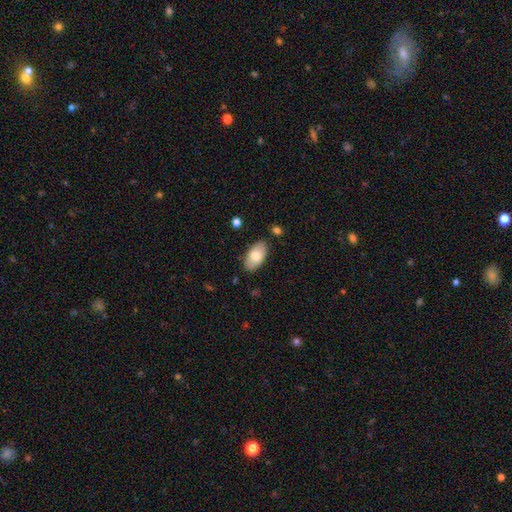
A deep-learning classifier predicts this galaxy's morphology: A smooth galaxy with no disk features (75%) that is in between round and cigar-shaped (95%). Merging: none (85%).